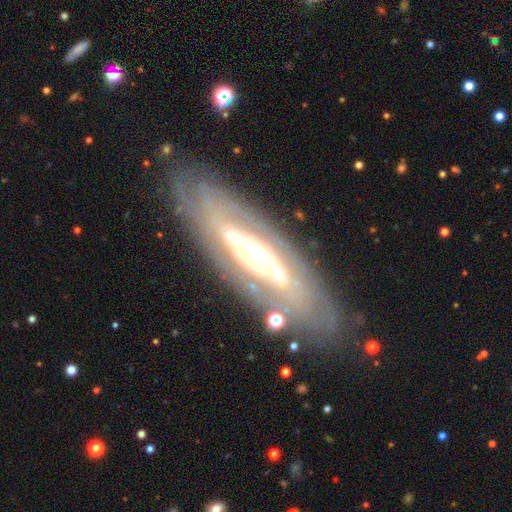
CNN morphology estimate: The model was most divided on "spiral arms": yes: 56%, no: 44%. More confident: merging — none (81%); smooth or featured — featured or disk (80%); edge-on disk — no (73%); bulge size — moderate (52%); bar — no (51%).